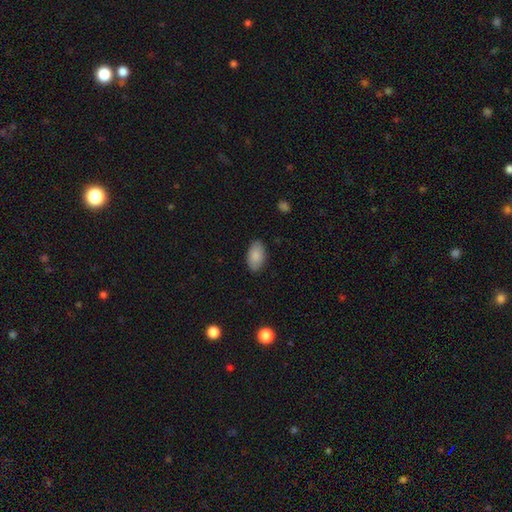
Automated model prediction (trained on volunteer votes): Q: Smooth or featured?
A: smooth (87%); runner-up: featured or disk (7%)
Q: How rounded?
A: in between (94%); runner-up: round (4%)
Q: Merging?
A: none (86%); runner-up: minor disturbance (10%)